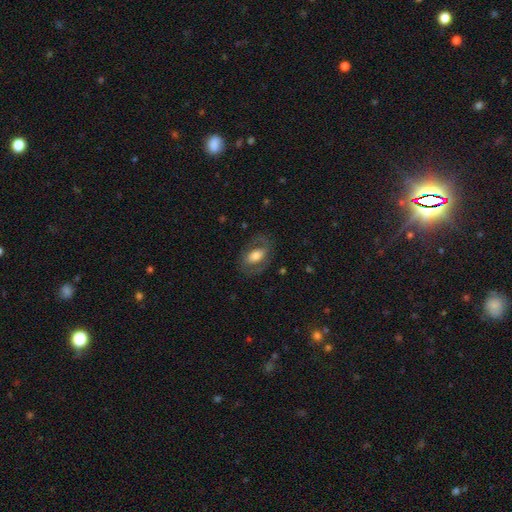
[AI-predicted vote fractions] Smooth or featured: featured or disk — 49% (smooth — 45%)
Merging: none — 72% (minor disturbance — 15%)